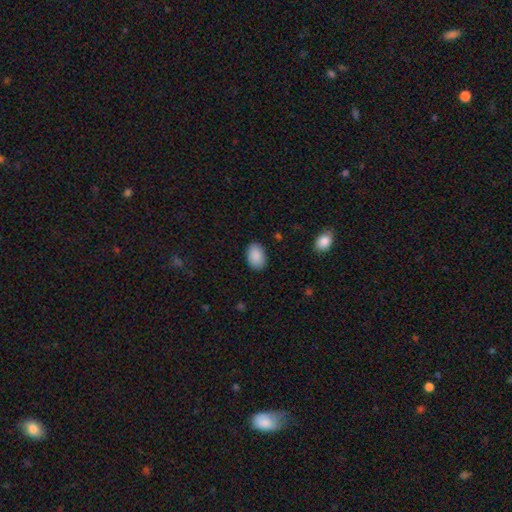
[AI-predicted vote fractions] Smooth or featured? Predicted: smooth (p=0.90). How rounded? Predicted: in between (p=0.87). Merging? Predicted: none (p=0.87).